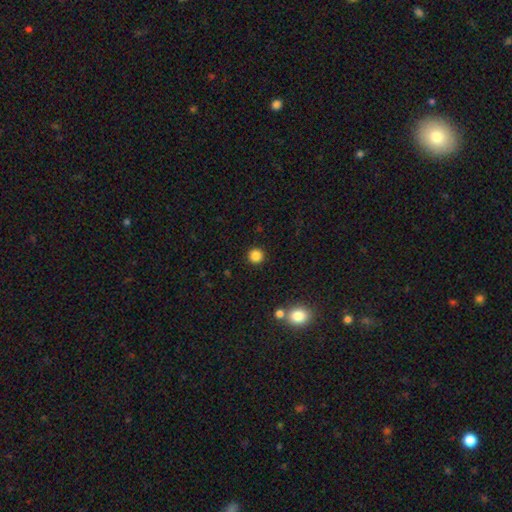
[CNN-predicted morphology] Overall: smooth (85%). How rounded: round (95%). Merging: none (92%).